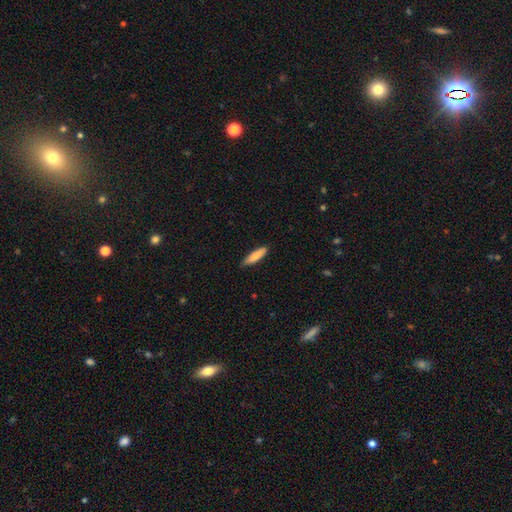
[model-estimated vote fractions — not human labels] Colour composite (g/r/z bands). It shows a smooth galaxy with no disk features (83%) that is cigar-shaped (71%). Merging: none (85%).